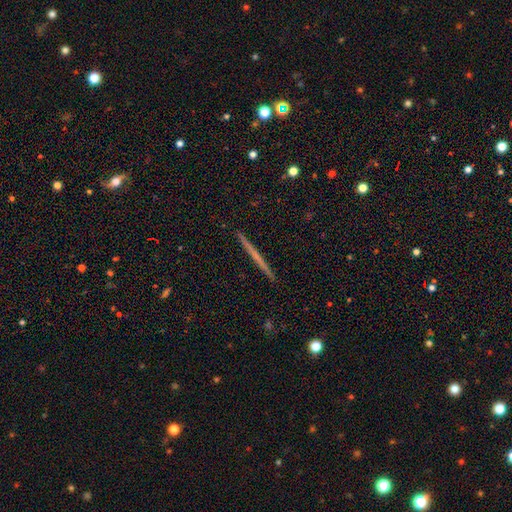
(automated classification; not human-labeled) A featured or disk galaxy (55%) viewed edge-on (98%) with no central bulge (87%). Merging: none (93%).